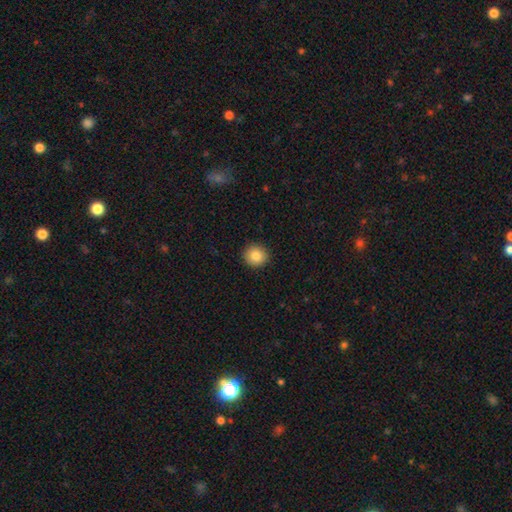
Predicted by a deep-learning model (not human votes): smooth_or_featured: smooth (p=0.85) [alt: star or artifact p=0.09]
how_rounded: round (p=0.90) [alt: in between p=0.09]
merging: none (p=0.92) [alt: minor disturbance p=0.05]